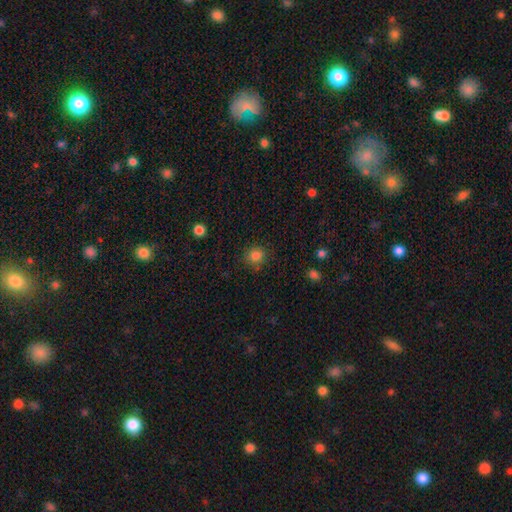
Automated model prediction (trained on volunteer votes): smooth 83%, star or artifact 12%, featured or disk 5%. Down the decision tree: how rounded — round (83%); merging — none (84%).